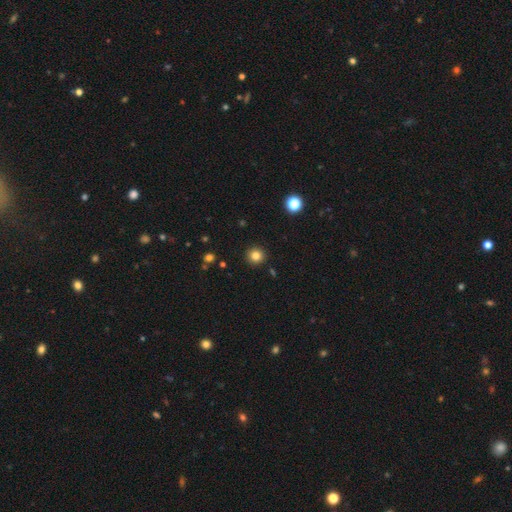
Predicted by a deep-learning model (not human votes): The model was most divided on "smooth or featured": smooth: 82%, star or artifact: 12%, featured or disk: 6%. More confident: how rounded — round (93%); merging — none (92%).